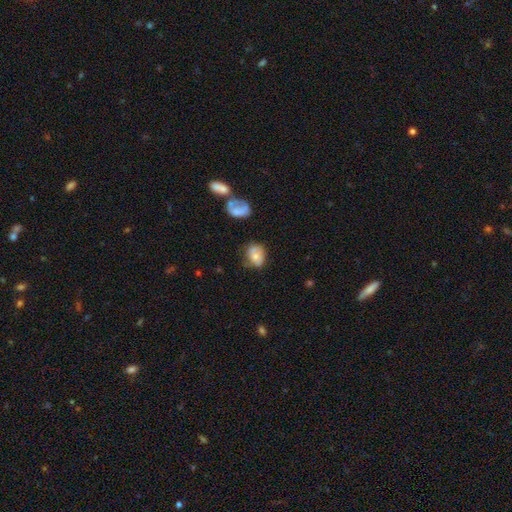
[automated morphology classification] Smooth or featured? smooth (65%)
How rounded? in between (62%)
Merging? none (50%)